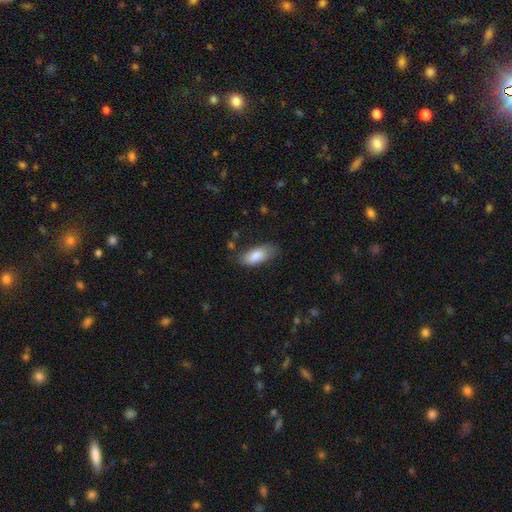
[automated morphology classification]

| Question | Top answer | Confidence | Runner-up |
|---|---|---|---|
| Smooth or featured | smooth | 81% | featured or disk (13%) |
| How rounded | in between | 87% | cigar-shaped (11%) |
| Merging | none | 69% | minor disturbance (23%) |